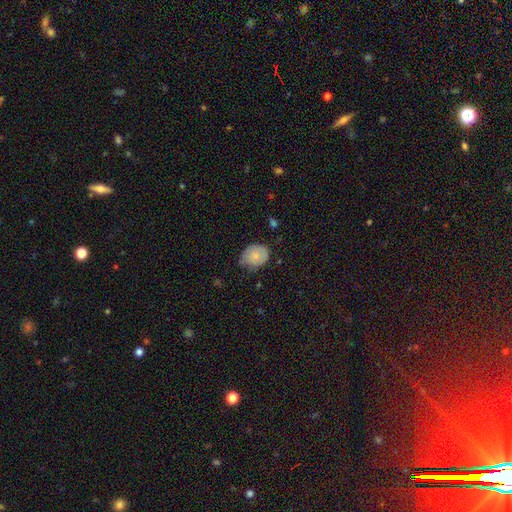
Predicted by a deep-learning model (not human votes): Overall: smooth (75%). How rounded: round (51%; in between 48%). Merging: none (55%; minor disturbance 36%).